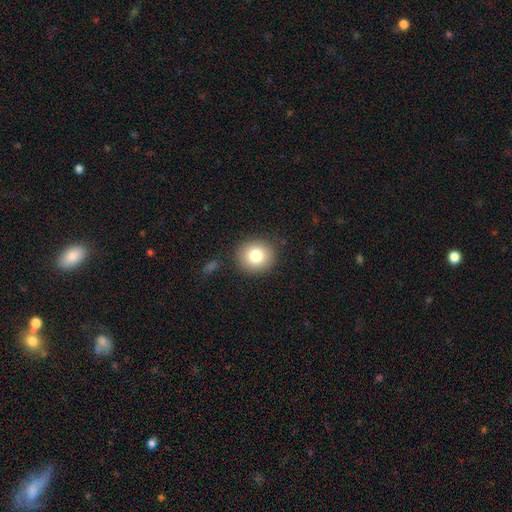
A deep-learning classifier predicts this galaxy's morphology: Smooth or featured?
  - smooth: 81% *
  - star or artifact: 10%
  - featured or disk: 9%
How rounded?
  - round: 86% *
  - in between: 13%
  - cigar-shaped: 1%
Merging?
  - none: 88% *
  - minor disturbance: 8%
  - major disturbance: 3%
  - merger: 2%